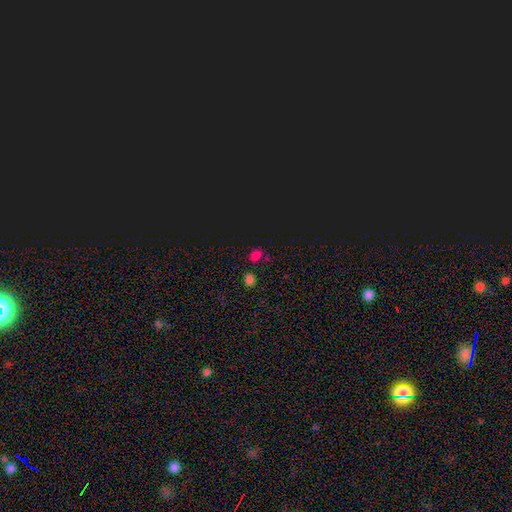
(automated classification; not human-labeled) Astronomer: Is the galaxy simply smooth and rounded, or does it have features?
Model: smooth — 51% (runner-up: star or artifact, 44%).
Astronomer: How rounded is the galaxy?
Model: in between — 51% (runner-up: round, 47%).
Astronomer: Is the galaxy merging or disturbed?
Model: none — 73%.